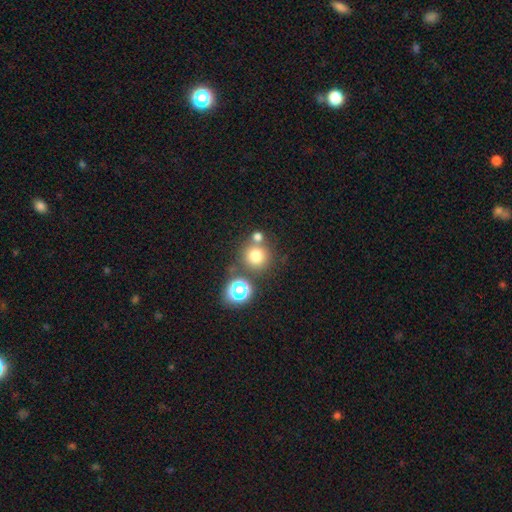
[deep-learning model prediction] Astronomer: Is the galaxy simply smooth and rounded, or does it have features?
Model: smooth — 74%.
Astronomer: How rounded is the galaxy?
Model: round — 92%.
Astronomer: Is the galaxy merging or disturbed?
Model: none — 67%.